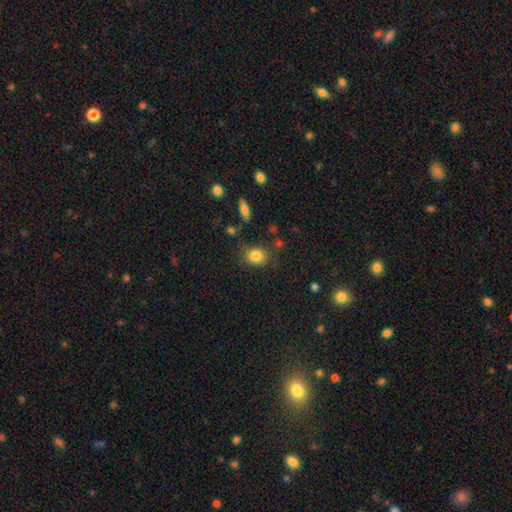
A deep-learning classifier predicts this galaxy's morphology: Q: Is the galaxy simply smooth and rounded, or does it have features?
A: smooth — 83%.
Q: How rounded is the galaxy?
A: round — 55%.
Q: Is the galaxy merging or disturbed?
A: none — 79%.